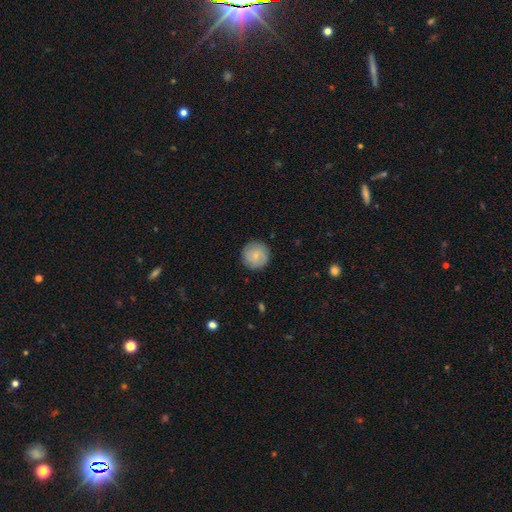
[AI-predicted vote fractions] smooth 72%, featured or disk 21%, star or artifact 7%. Down the decision tree: how rounded — round (95%); merging — none (89%).